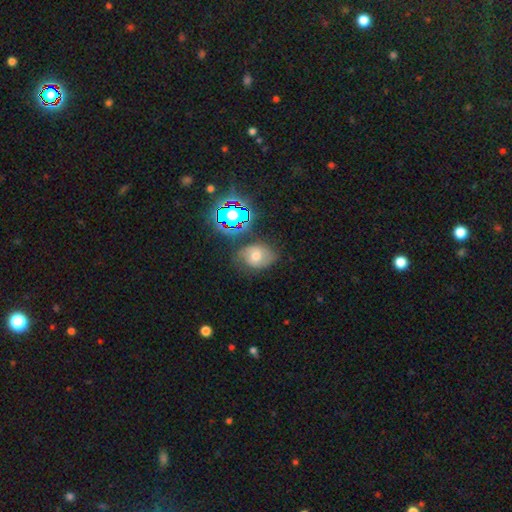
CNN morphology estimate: The model was most divided on "smooth or featured": smooth: 42%, featured or disk: 36%, star or artifact: 22%. More confident: merging — none (63%).